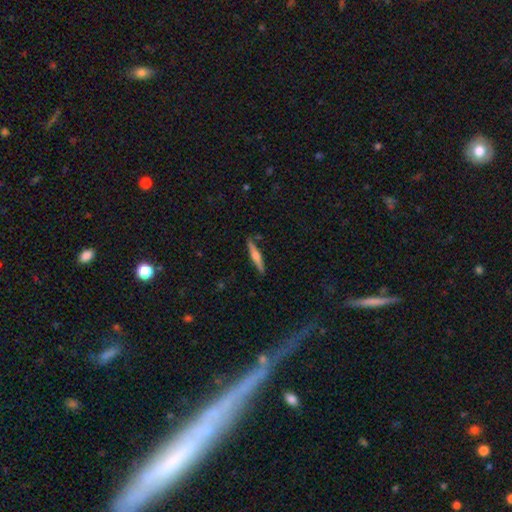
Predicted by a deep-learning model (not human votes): This appears to be a featured or disk galaxy (54%) viewed edge-on (97%) with a rounded central bulge (79%). Merging: none (87%).